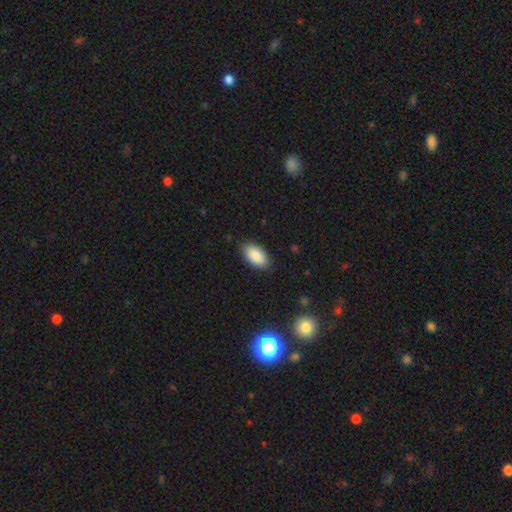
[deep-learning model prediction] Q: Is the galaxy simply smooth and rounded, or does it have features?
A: smooth — 87%.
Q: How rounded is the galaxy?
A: in between — 95%.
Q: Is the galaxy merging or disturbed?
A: none — 85%.